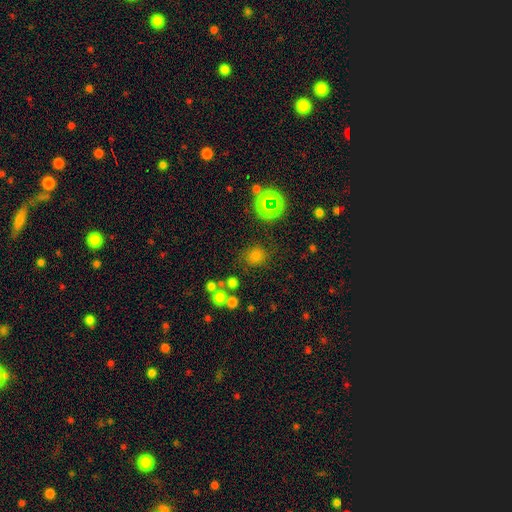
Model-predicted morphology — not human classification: A smooth galaxy with no disk features (66%) that is round (83%). Merging: none (79%).